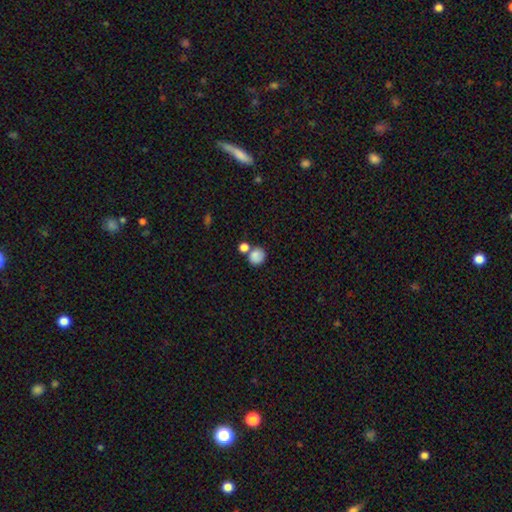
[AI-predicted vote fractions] Smooth or featured? Predicted: smooth (p=0.84). How rounded? Predicted: round (p=0.82). Merging? Predicted: none (p=0.56).